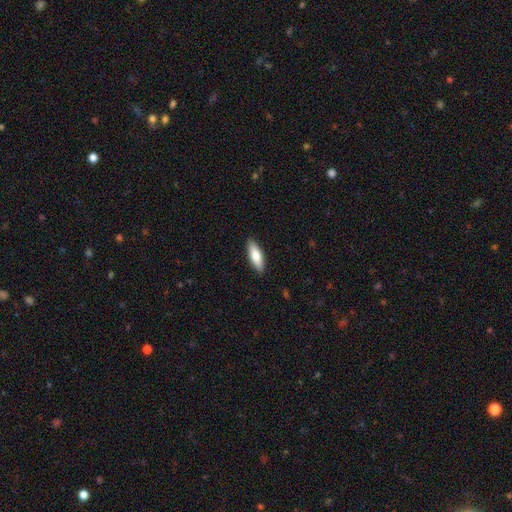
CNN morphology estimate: Smooth or featured: smooth — 76% (featured or disk — 19%)
How rounded: in between — 57% (cigar-shaped — 41%)
Merging: none — 89% (minor disturbance — 8%)